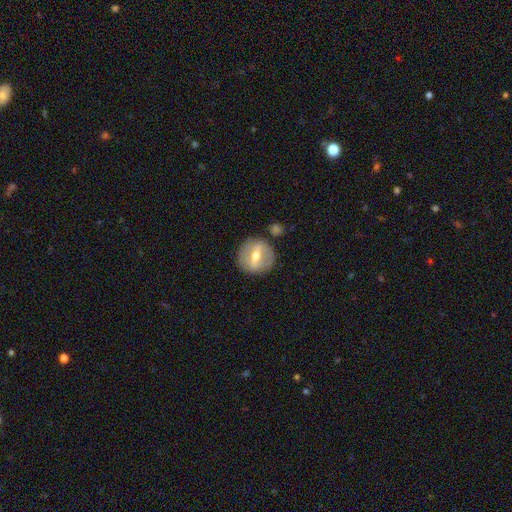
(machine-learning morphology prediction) A featured or disk galaxy (59%).

Vote fractions:
- Smooth or featured? featured or disk: 59% / smooth: 34% / star or artifact: 7%
- Edge-on disk? no: 84% / yes: 16%
- Merging? none: 83% / minor disturbance: 10% / merger: 4% / major disturbance: 3%